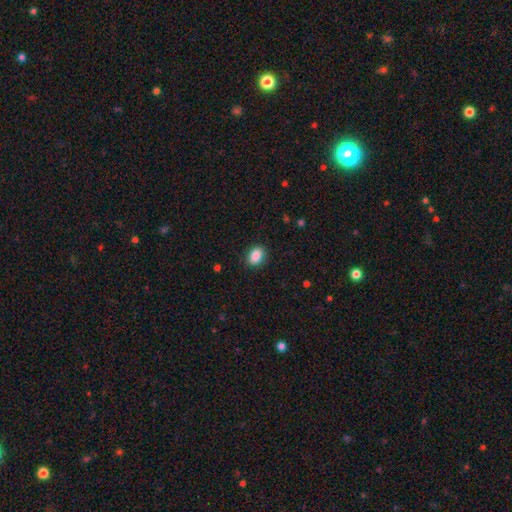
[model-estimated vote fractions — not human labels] Overall: smooth (88%). How rounded: in between (73%). Merging: none (88%).